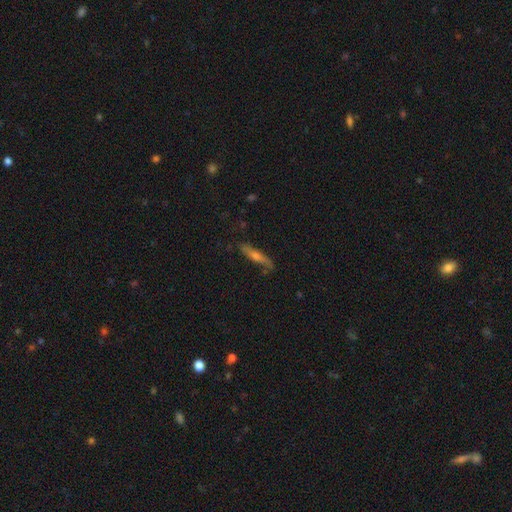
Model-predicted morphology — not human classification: This is possibly a featured or disk galaxy (58%). It is clearly viewed edge-on (82%). Merging: likely none (75%).